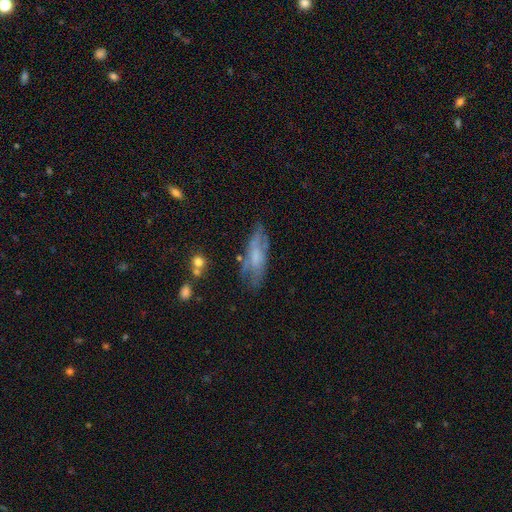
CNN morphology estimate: A featured or disk galaxy (48%). Merging: none (60%).